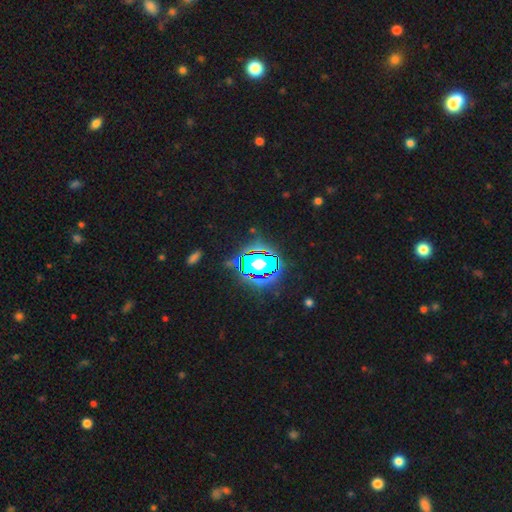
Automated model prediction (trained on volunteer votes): This is likely a star or artifact rather than a galaxy (78%).